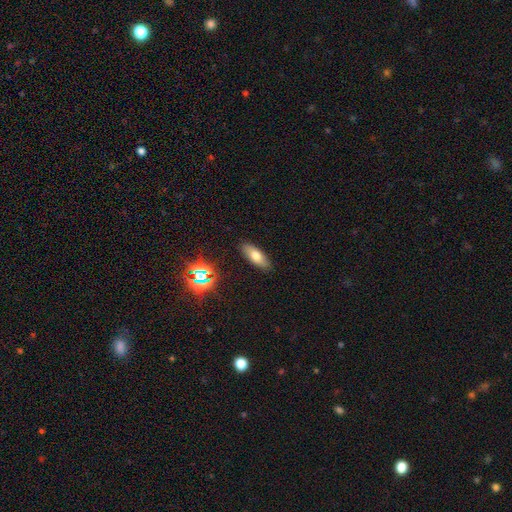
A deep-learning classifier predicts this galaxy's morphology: type=smooth (68%); roundness=in between (71%); merging=none (88%).